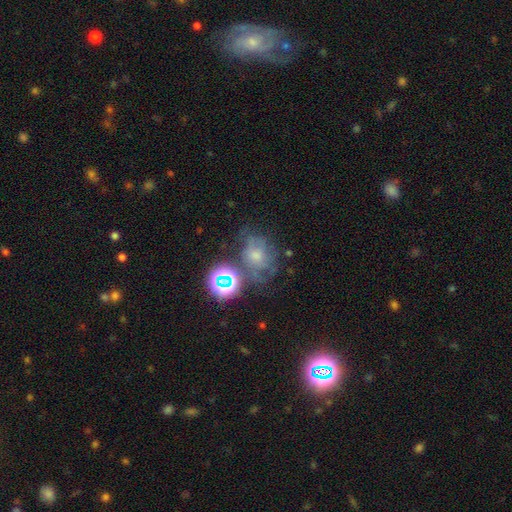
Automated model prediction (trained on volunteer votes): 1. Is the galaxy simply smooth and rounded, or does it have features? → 41% smooth, 33% featured or disk, 26% star or artifact.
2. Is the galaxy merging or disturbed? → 43% none, 25% minor disturbance, 19% major disturbance, 13% merger.